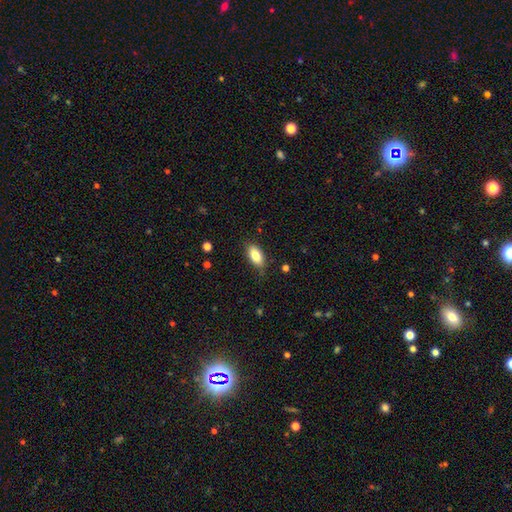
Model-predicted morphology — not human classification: type=smooth (82%); roundness=in between (90%); merging=none (80%).